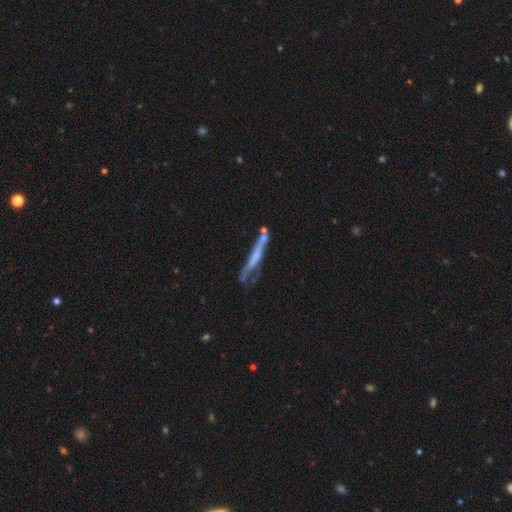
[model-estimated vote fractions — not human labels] Smooth or featured?
  - featured or disk: 53% *
  - smooth: 39%
  - star or artifact: 8%
Edge-on disk?
  - yes: 80% *
  - no: 20%
Merging?
  - none: 46% *
  - minor disturbance: 24%
  - major disturbance: 16%
  - merger: 15%